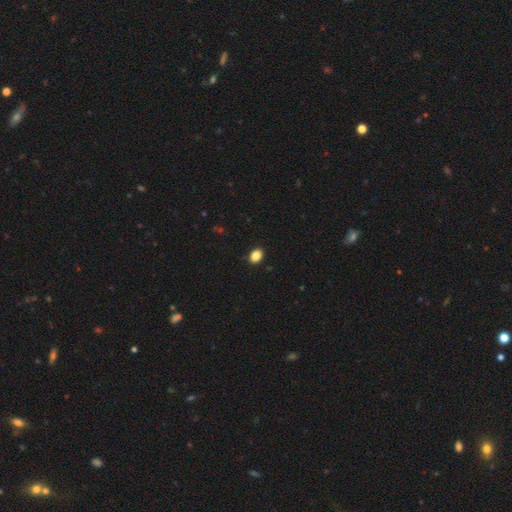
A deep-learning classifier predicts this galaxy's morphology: smooth_or_featured: smooth (p=0.87) [alt: star or artifact p=0.09]
how_rounded: in between (p=0.73) [alt: round p=0.26]
merging: none (p=0.90) [alt: minor disturbance p=0.07]